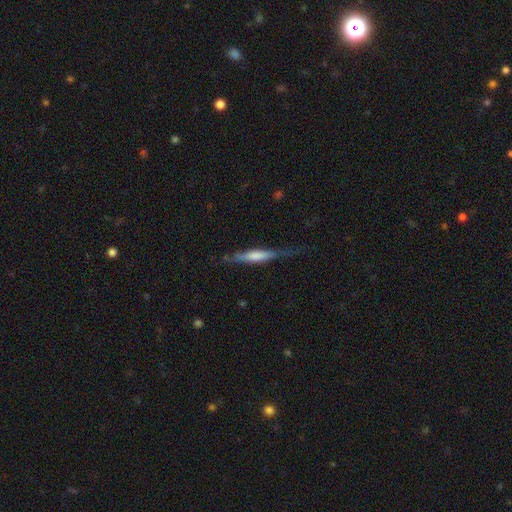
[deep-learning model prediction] A featured or disk galaxy (58%) viewed edge-on (93%) with a boxy central bulge (35%).

Vote fractions:
- Smooth or featured? featured or disk: 58% / smooth: 36% / star or artifact: 6%
- Edge-on disk? yes: 93% / no: 7%
- Edge-on bulge? boxy: 35% / rounded: 33% / none: 31%
- Merging? none: 68% / minor disturbance: 22% / major disturbance: 8% / merger: 2%